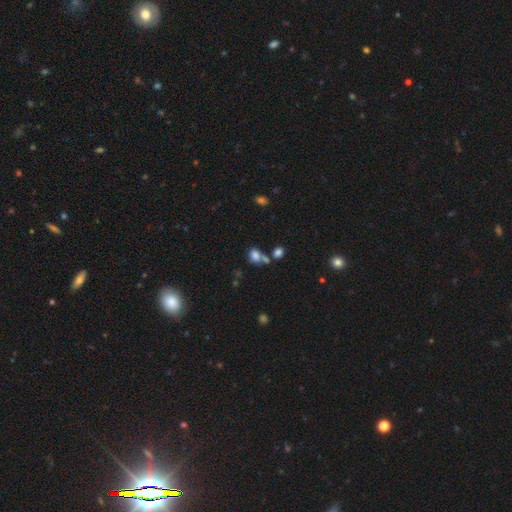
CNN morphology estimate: smooth_or_featured: smooth (p=0.77) [alt: star or artifact p=0.14]
how_rounded: in between (p=0.61) [alt: round p=0.37]
merging: none (p=0.41) [alt: merger p=0.38]